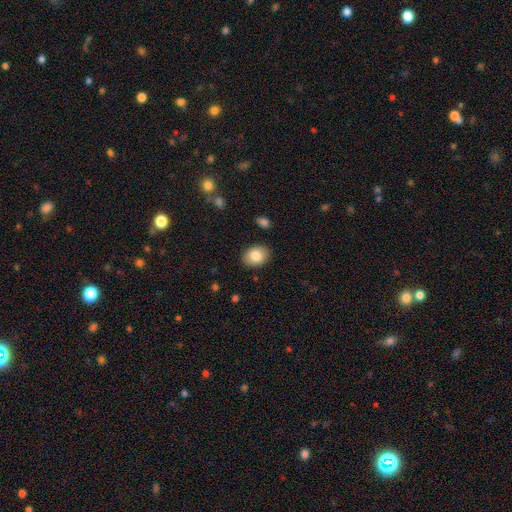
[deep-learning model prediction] Smooth or featured?
  - smooth: 84% *
  - featured or disk: 9%
  - star or artifact: 8%
How rounded?
  - in between: 67% *
  - round: 32%
  - cigar-shaped: 1%
Merging?
  - none: 88% *
  - minor disturbance: 9%
  - major disturbance: 2%
  - merger: 1%